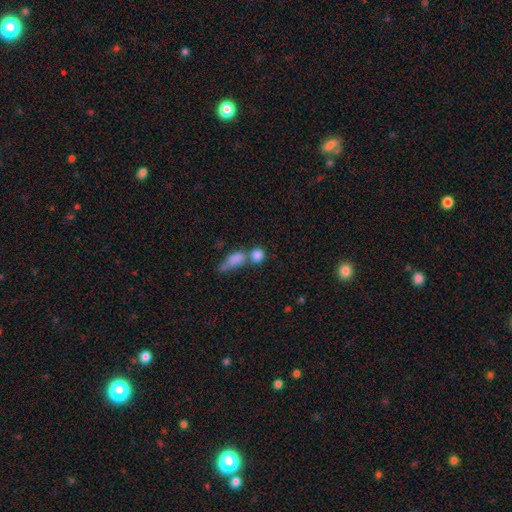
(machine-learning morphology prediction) smooth_or_featured: smooth (p=0.83) [alt: star or artifact p=0.09]
how_rounded: round (p=0.63) [alt: in between p=0.31]
merging: merger (p=0.50) [alt: none p=0.35]